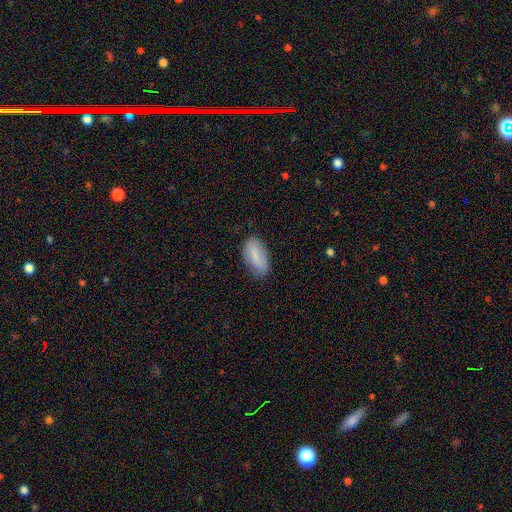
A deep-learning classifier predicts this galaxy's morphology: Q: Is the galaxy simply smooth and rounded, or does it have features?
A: smooth — 72%.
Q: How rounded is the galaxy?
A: in between — 92%.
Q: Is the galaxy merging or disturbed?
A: none — 70%.